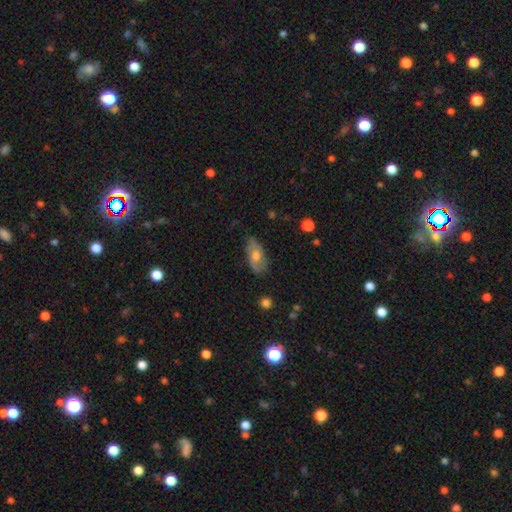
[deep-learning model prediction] Q: Smooth or featured?
A: featured or disk (46%); tied with: smooth (46%)
Q: Merging?
A: none (73%); runner-up: minor disturbance (21%)